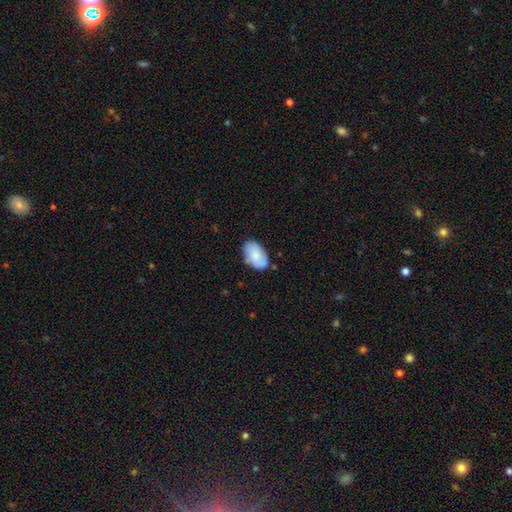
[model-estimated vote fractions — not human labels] The model was most divided on "merging": none: 74%, minor disturbance: 20%, major disturbance: 4%, merger: 3%. More confident: how rounded — in between (93%); smooth or featured — smooth (79%).